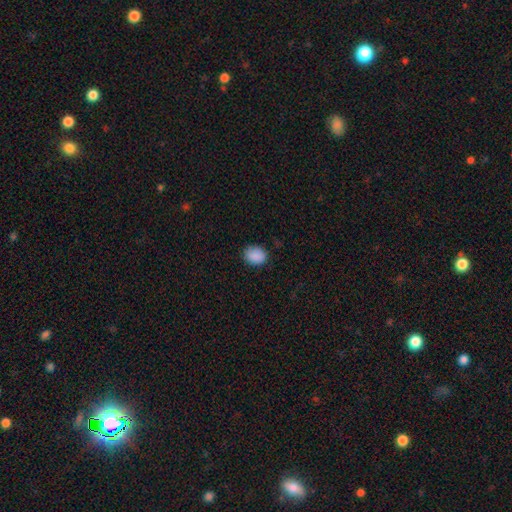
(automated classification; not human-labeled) A smooth galaxy with no disk features (89%) that is in between round and cigar-shaped (54%). Merging: none (82%).